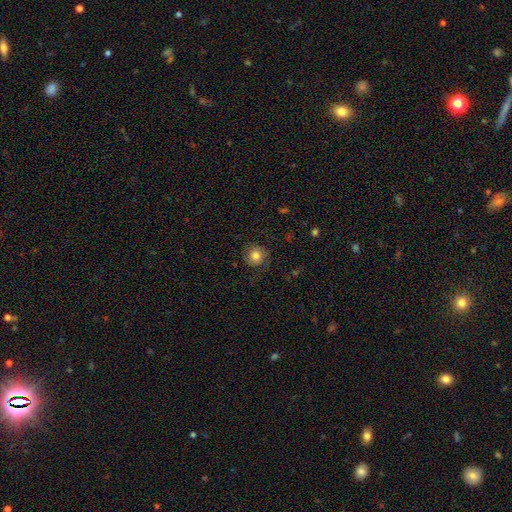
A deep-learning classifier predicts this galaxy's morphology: Overall: smooth (79%). How rounded: round (93%). Merging: none (80%).